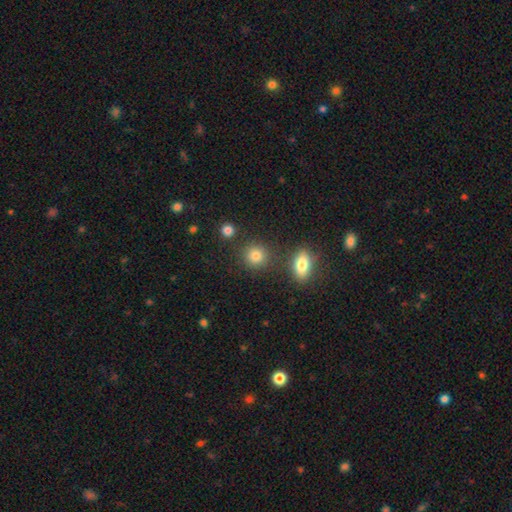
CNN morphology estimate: Smooth or featured? smooth (83%)
How rounded? round (85%)
Merging? none (81%)